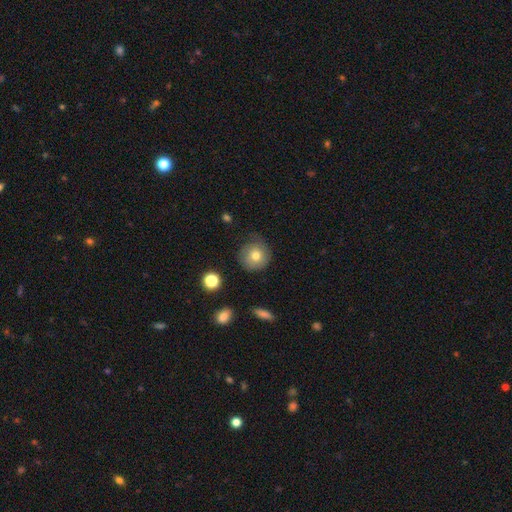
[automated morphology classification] Smooth or featured?
  - smooth: 72% *
  - featured or disk: 18%
  - star or artifact: 10%
How rounded?
  - round: 92% *
  - in between: 7%
  - cigar-shaped: 1%
Merging?
  - none: 71% *
  - minor disturbance: 21%
  - major disturbance: 6%
  - merger: 2%